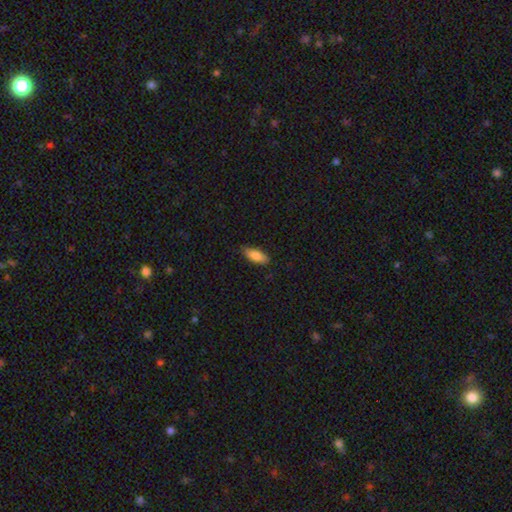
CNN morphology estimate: Smooth or featured? smooth (82%)
How rounded? in between (78%)
Merging? none (78%)